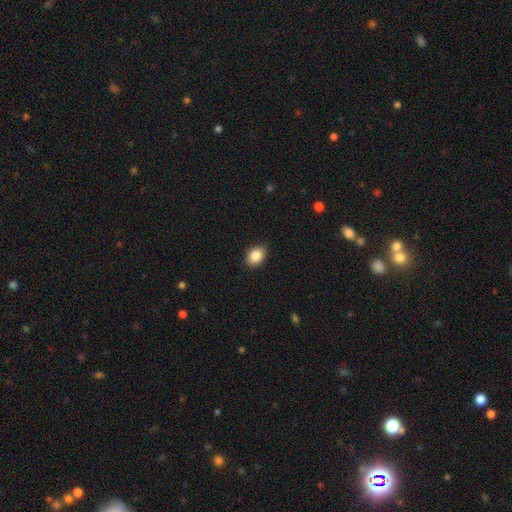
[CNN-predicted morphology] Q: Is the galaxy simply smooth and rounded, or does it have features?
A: smooth — 87%.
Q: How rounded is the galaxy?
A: in between — 67%.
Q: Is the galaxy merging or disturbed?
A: none — 87%.